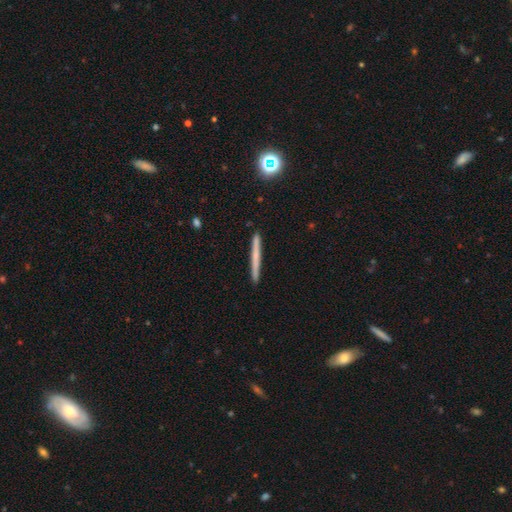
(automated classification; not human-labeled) A smooth galaxy with no disk features (52%) that is cigar-shaped (96%).

Vote fractions:
- Smooth or featured? smooth: 52% / featured or disk: 40% / star or artifact: 8%
- How rounded? cigar-shaped: 96% / in between: 2% / round: 2%
- Merging? none: 91% / minor disturbance: 6% / merger: 1% / major disturbance: 1%